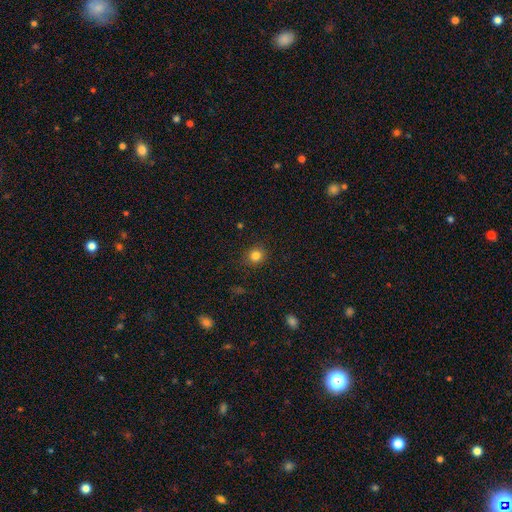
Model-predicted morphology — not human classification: smooth-or-featured: smooth: 82% | star or artifact: 12% | featured or disk: 5%
  how-rounded: round: 86% | in between: 13% | cigar-shaped: 1%
  merging: none: 88% | minor disturbance: 9% | major disturbance: 2% | merger: 1%